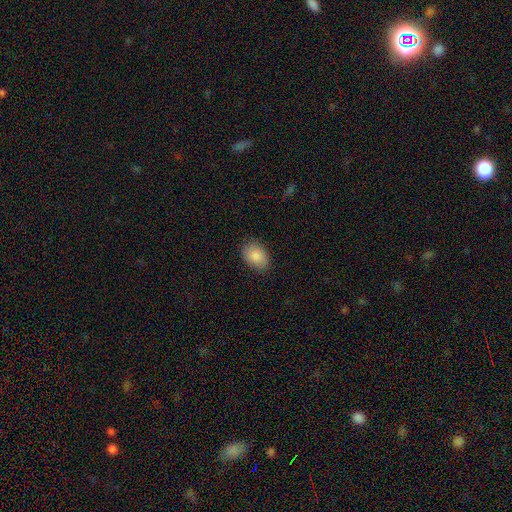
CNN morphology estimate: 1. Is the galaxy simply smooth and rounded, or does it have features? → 88% smooth, 7% star or artifact, 5% featured or disk.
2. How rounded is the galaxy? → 81% in between, 17% round, 1% cigar-shaped.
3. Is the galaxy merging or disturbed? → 84% none, 12% minor disturbance, 3% major disturbance, 1% merger.